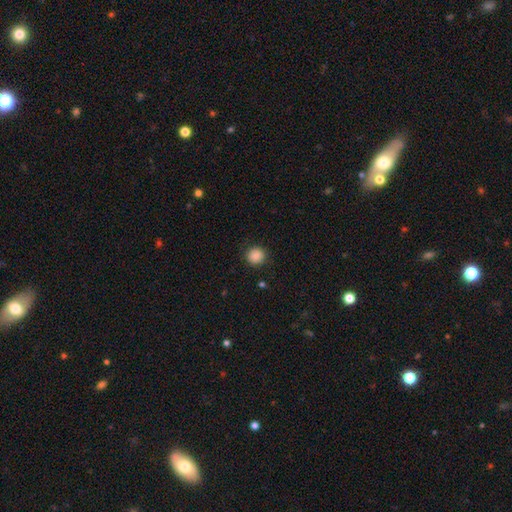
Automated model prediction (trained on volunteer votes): Smooth or featured? smooth (87%)
How rounded? round (91%)
Merging? none (90%)